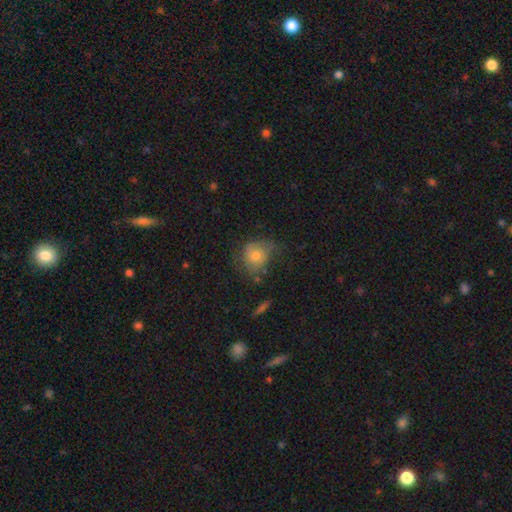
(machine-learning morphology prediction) The model was most divided on "merging": none: 46%, minor disturbance: 31%, major disturbance: 20%, merger: 3%. More confident: how rounded — round (72%); smooth or featured — smooth (58%).